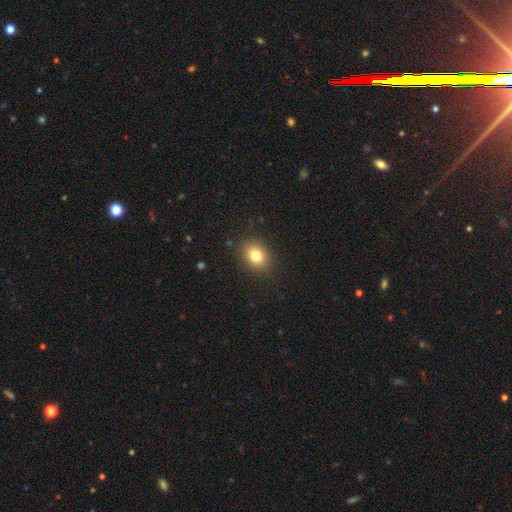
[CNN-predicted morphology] Q: Smooth or featured?
A: smooth (81%); runner-up: star or artifact (11%)
Q: How rounded?
A: in between (52%); runner-up: round (47%)
Q: Merging?
A: none (88%); runner-up: minor disturbance (8%)